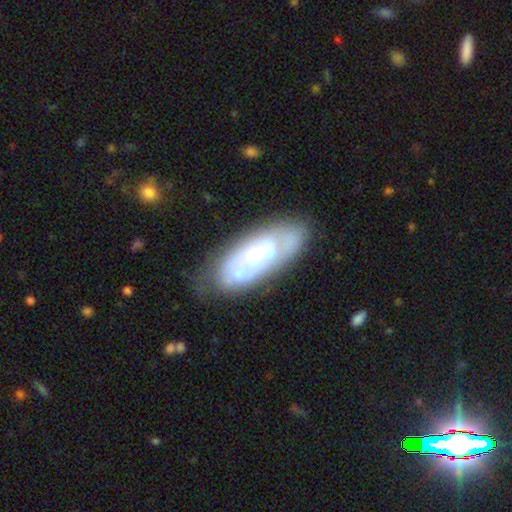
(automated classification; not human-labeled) smooth_or_featured: featured or disk (p=0.62) [alt: smooth p=0.31]
disk_edge_on: no (p=0.90) [alt: yes p=0.10]
bar: no (p=0.79) [alt: weak p=0.16]
has_spiral_arms: no (p=0.53) [alt: yes p=0.47]
bulge_size: moderate (p=0.46) [alt: small p=0.38]
merging: none (p=0.61) [alt: minor disturbance p=0.22]